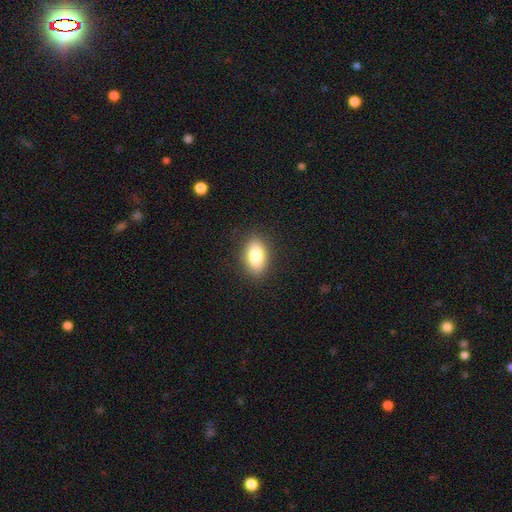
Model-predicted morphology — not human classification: Q: Smooth or featured?
A: smooth (83%); runner-up: featured or disk (9%)
Q: How rounded?
A: in between (88%); runner-up: round (8%)
Q: Merging?
A: none (87%); runner-up: minor disturbance (9%)